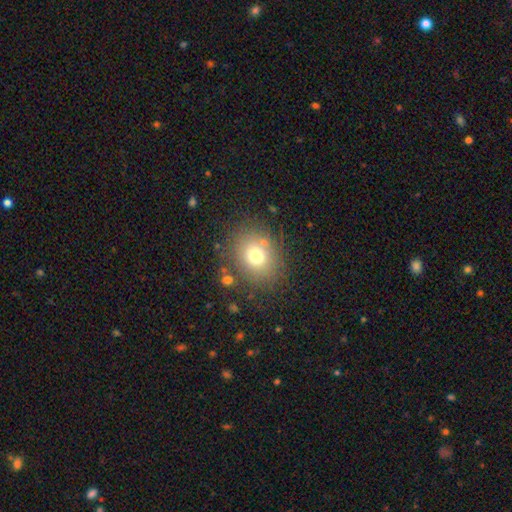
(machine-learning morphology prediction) This appears to be a smooth galaxy with no disk features (72%) that is round (64%). Merging: none (80%).